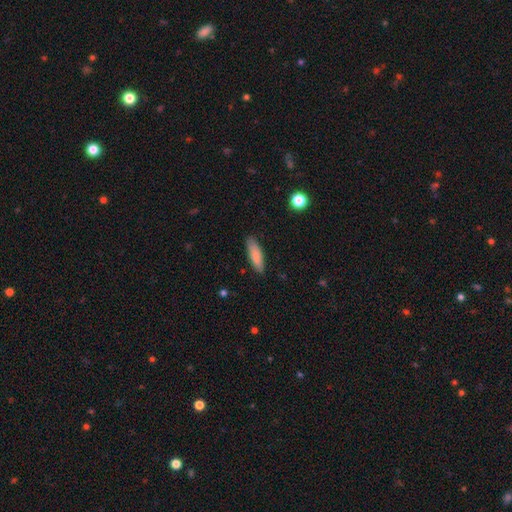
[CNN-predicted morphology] Smooth or featured: smooth — 85% (featured or disk — 8%)
How rounded: cigar-shaped — 57% (in between — 42%)
Merging: none — 84% (minor disturbance — 12%)